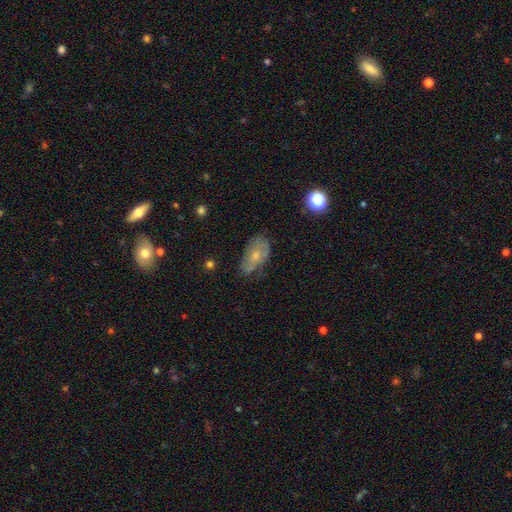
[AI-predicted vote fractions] smooth_or_featured: smooth (p=0.45) [tied with: featured or disk p=0.45]
merging: none (p=0.54) [alt: minor disturbance p=0.32]